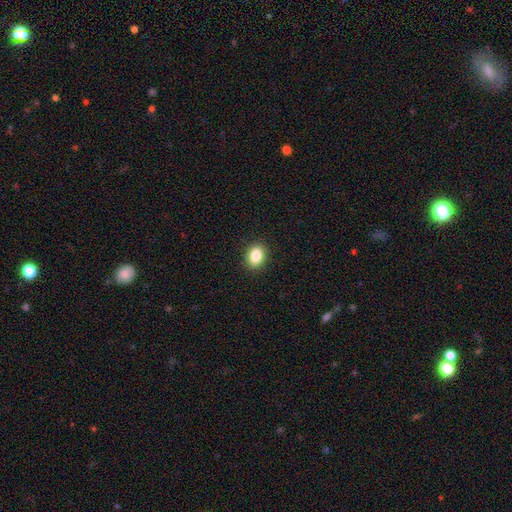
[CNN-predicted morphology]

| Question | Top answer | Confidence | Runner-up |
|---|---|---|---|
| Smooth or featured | smooth | 86% | star or artifact (9%) |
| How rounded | in between | 66% | round (33%) |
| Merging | none | 90% | minor disturbance (7%) |